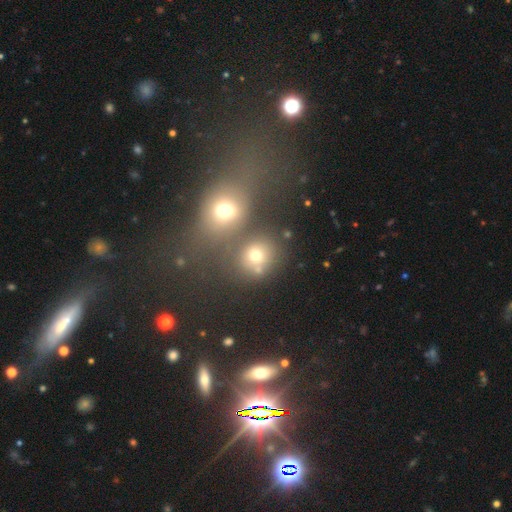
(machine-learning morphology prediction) The model was most divided on "merging": none: 47%, merger: 38%, minor disturbance: 8%, major disturbance: 6%. More confident: how rounded — round (76%); smooth or featured — smooth (68%).